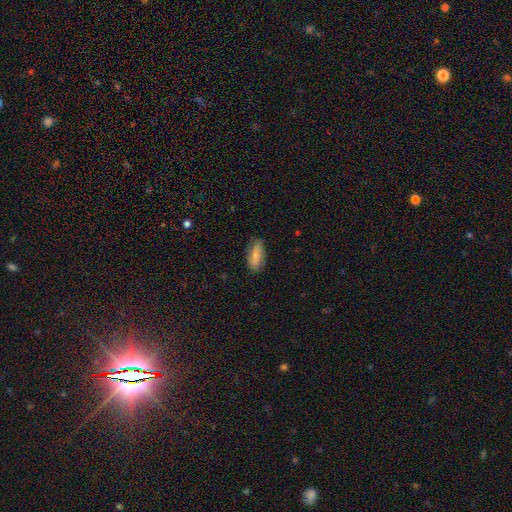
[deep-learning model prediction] Smooth or featured: smooth — 74% (featured or disk — 19%)
How rounded: in between — 80% (cigar-shaped — 18%)
Merging: none — 76% (minor disturbance — 19%)